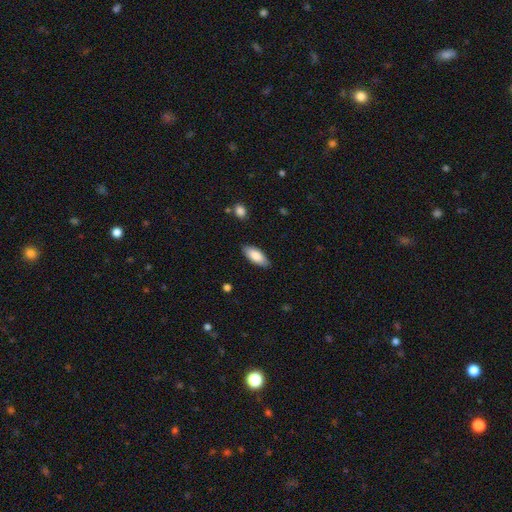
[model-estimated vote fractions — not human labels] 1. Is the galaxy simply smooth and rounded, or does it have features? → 84% smooth, 10% featured or disk, 6% star or artifact.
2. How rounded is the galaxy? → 83% in between, 15% cigar-shaped, 2% round.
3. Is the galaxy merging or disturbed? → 85% none, 11% minor disturbance, 2% major disturbance, 1% merger.